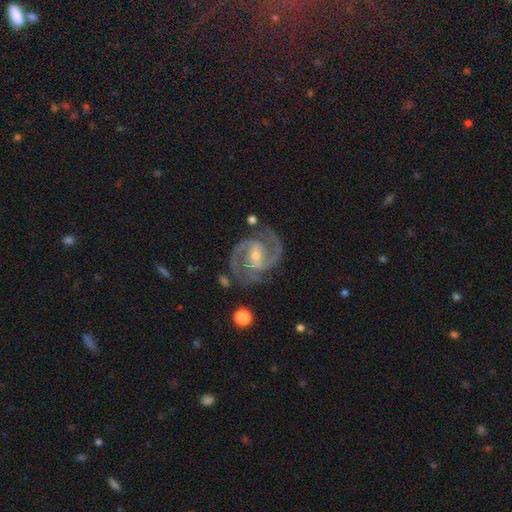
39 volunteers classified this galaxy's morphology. Smooth or featured?
  - featured or disk: 90% *
  - star or artifact: 8%
  - smooth: 3%
Edge-on disk?
  - no: 100% *
  - yes: 0%
Bar?
  - weak: 46% *
  - strong: 37%
  - no: 17%
Spiral arms?
  - yes: 100% *
  - no: 0%
Spiral winding?
  - medium: 63% *
  - tight: 29%
  - loose: 9%
Spiral arm count?
  - 2: 71% *
  - 4: 17%
  - 3: 11%
  - 1: 0%
  - more than 4: 0%
  - can't tell: 0%
Bulge size?
  - moderate: 63% *
  - small: 37%
  - dominant: 0%
  - large: 0%
  - none: 0%
Merging?
  - none: 78% *
  - minor disturbance: 17%
  - major disturbance: 3%
  - merger: 3%